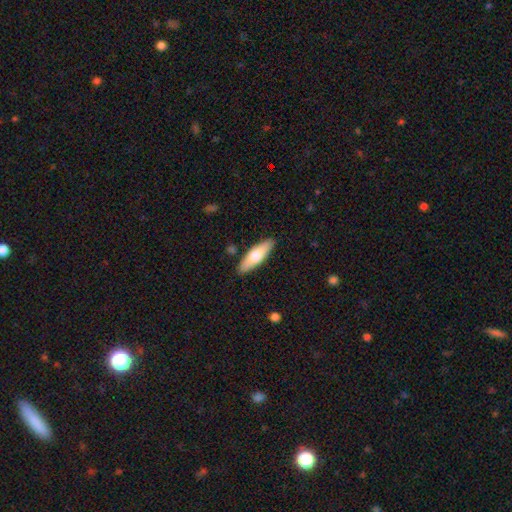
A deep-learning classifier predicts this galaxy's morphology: smooth-or-featured: smooth: 66% | featured or disk: 29% | star or artifact: 5%
  how-rounded: cigar-shaped: 52% | in between: 46% | round: 2%
  merging: none: 88% | minor disturbance: 9% | major disturbance: 2% | merger: 2%